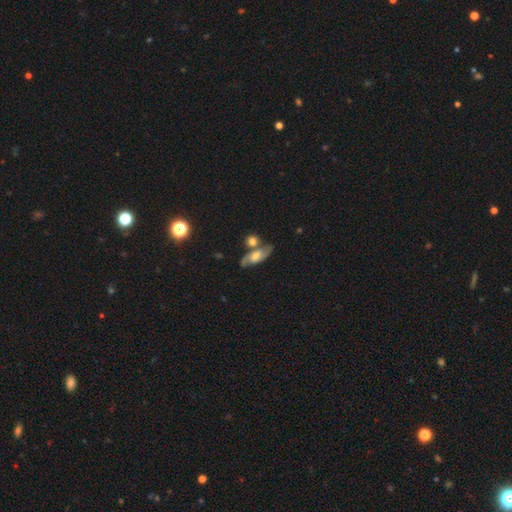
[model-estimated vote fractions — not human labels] Morphology: type=featured or disk (63%); edge-on=no (87%); bar=no (54%); spiral arms=yes (84%); bulge=moderate (58%); merging=none (60%).